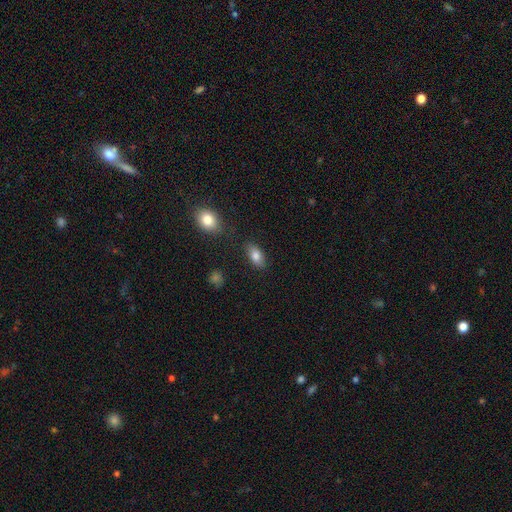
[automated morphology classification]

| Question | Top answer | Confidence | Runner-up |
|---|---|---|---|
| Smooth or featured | smooth | 82% | featured or disk (10%) |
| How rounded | in between | 90% | round (5%) |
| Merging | none | 80% | minor disturbance (13%) |